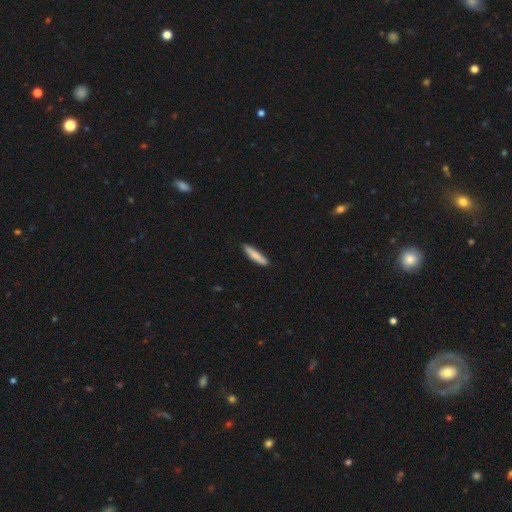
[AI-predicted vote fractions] Smooth or featured: smooth — 82% (featured or disk — 12%)
How rounded: cigar-shaped — 88% (in between — 10%)
Merging: none — 87% (minor disturbance — 10%)